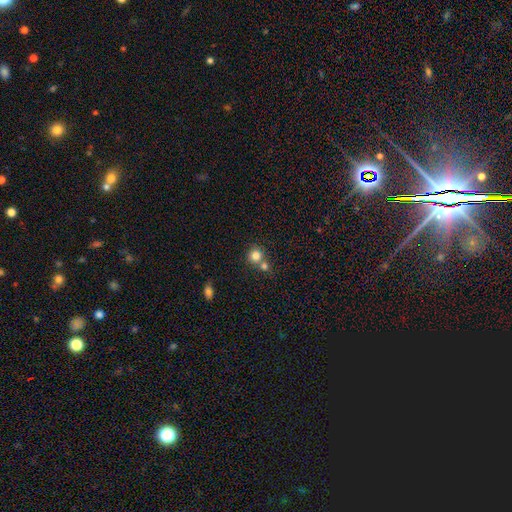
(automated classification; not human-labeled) This appears to be a smooth galaxy with no disk features (80%) that is round (89%). Merging: none (50%).